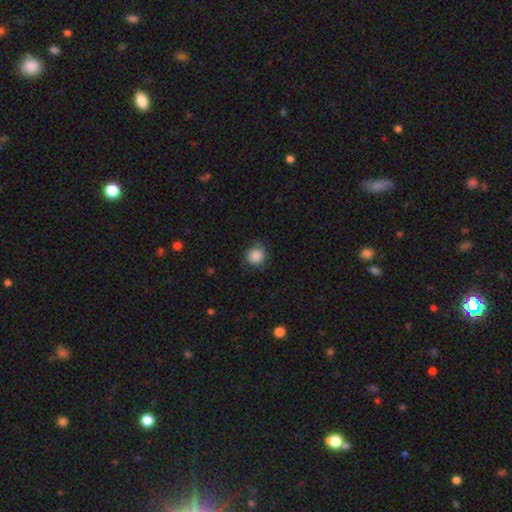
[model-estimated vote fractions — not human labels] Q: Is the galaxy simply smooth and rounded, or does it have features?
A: smooth — 87%.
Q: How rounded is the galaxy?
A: round — 88%.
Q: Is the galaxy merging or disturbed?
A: none — 77%.